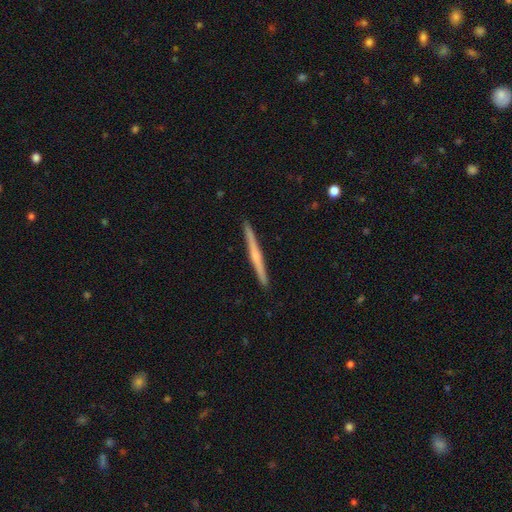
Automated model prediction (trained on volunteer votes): A featured or disk galaxy (62%) viewed edge-on (98%) with a rounded central bulge (54%).

Vote fractions:
- Smooth or featured? featured or disk: 62% / smooth: 32% / star or artifact: 5%
- Edge-on disk? yes: 98% / no: 2%
- Edge-on bulge? rounded: 54% / none: 38% / boxy: 8%
- Merging? none: 93% / minor disturbance: 5% / major disturbance: 1% / merger: 1%